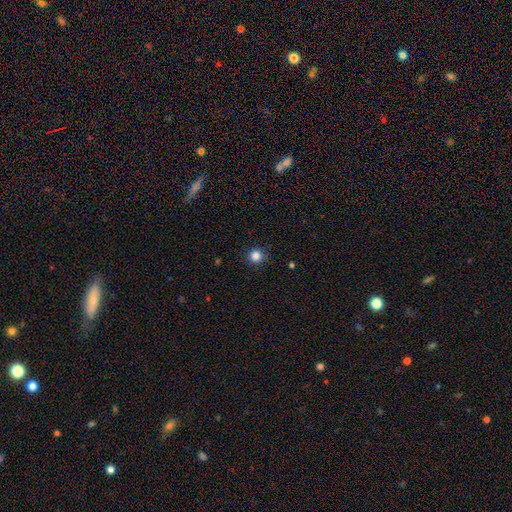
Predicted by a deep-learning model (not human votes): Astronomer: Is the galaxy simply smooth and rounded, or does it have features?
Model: smooth — 84%.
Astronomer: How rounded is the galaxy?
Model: round — 93%.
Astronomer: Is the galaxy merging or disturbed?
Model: none — 89%.